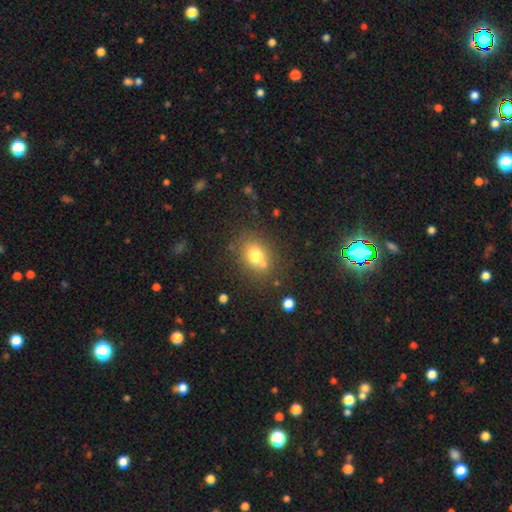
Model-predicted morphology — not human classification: Overall: smooth (73%). How rounded: in between (49%, tied with round). Merging: none (65%).